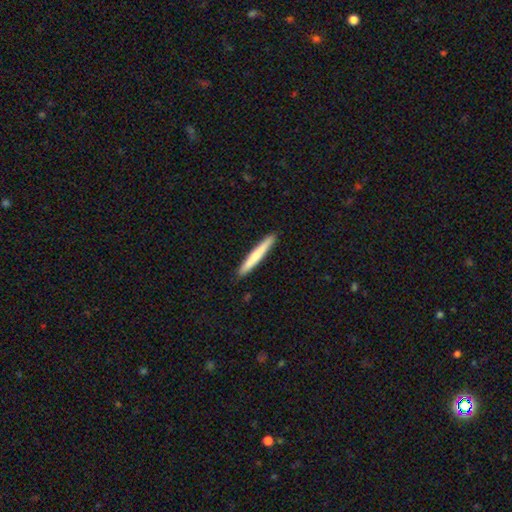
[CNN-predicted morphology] A smooth galaxy with no disk features (67%) that is cigar-shaped (96%).

Vote fractions:
- Smooth or featured? smooth: 67% / featured or disk: 28% / star or artifact: 5%
- How rounded? cigar-shaped: 96% / in between: 3% / round: 1%
- Merging? none: 92% / minor disturbance: 6% / major disturbance: 1% / merger: 1%